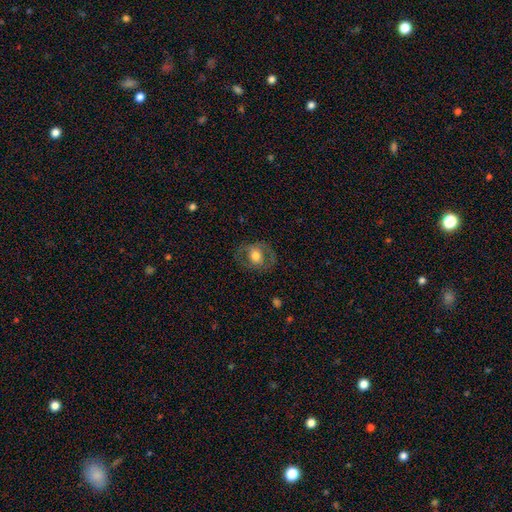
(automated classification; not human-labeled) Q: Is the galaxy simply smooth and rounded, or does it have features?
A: smooth — 50%.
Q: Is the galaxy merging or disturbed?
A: none — 72%.